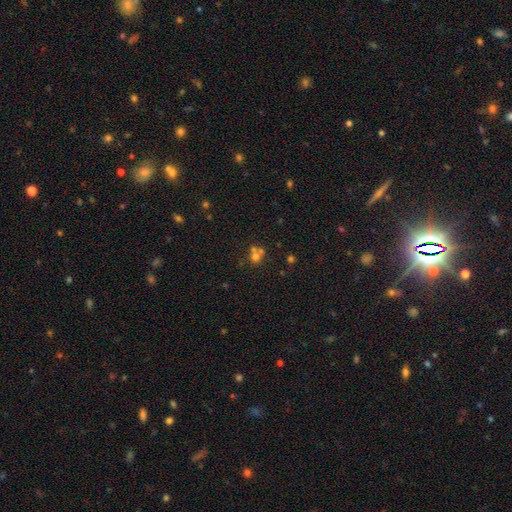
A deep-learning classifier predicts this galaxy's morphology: Smooth or featured? smooth (60%)
How rounded? round (79%)
Merging? merger (49%)